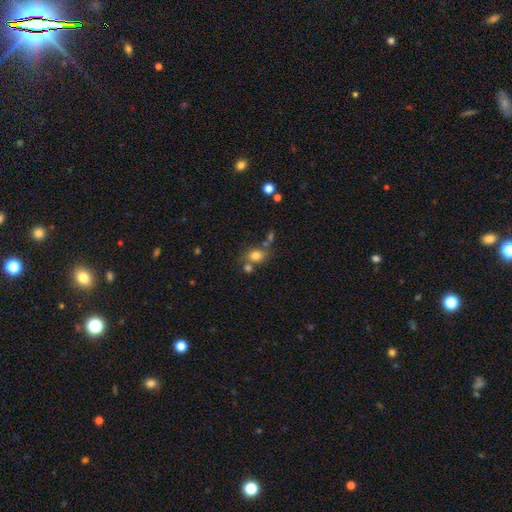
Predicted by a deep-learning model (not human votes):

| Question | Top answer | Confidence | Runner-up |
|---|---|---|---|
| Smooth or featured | smooth | 78% | star or artifact (12%) |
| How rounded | in between | 56% | round (43%) |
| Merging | none | 58% | merger (22%) |